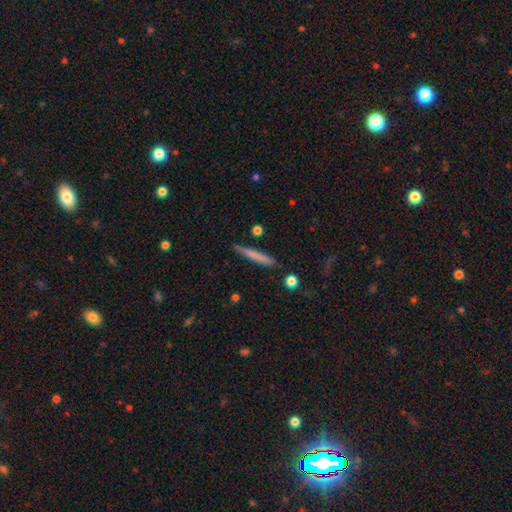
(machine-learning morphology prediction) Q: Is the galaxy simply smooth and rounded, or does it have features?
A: smooth — 68%.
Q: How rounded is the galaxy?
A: cigar-shaped — 96%.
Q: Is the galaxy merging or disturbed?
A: none — 86%.